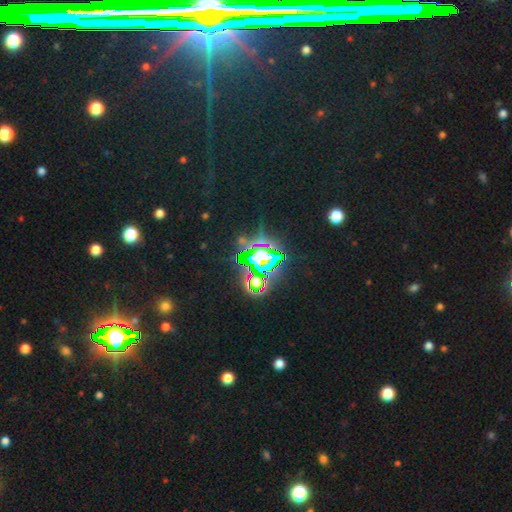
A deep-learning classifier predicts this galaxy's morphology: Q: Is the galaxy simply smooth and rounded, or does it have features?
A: star or artifact — 82%.